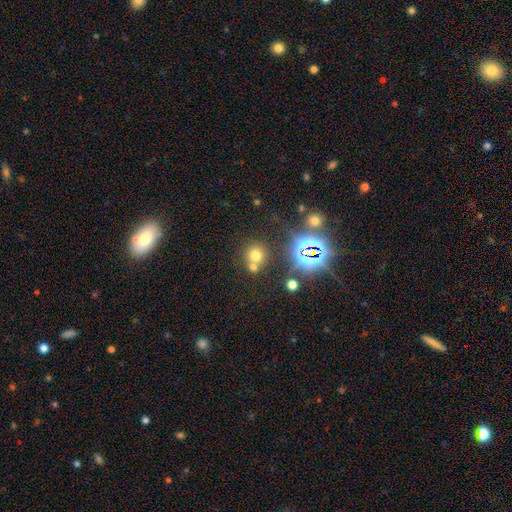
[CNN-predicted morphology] Smooth or featured?
  - smooth: 63% *
  - star or artifact: 25%
  - featured or disk: 11%
How rounded?
  - round: 89% *
  - in between: 10%
  - cigar-shaped: 1%
Merging?
  - none: 55% *
  - merger: 34%
  - minor disturbance: 8%
  - major disturbance: 4%